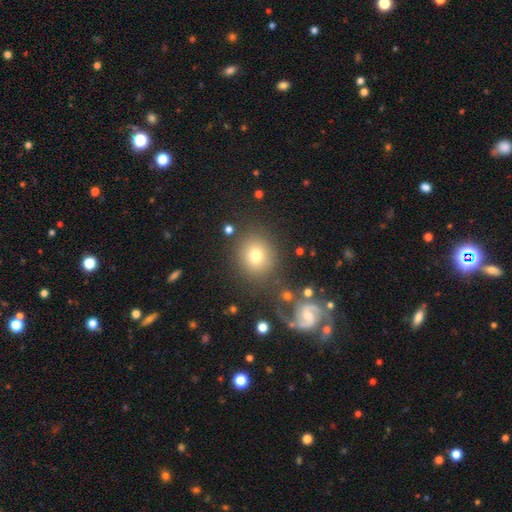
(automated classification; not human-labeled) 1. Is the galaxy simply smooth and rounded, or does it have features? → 71% smooth, 16% featured or disk, 13% star or artifact.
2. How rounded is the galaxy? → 81% round, 18% in between, 1% cigar-shaped.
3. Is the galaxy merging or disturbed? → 80% none, 10% minor disturbance, 6% merger, 5% major disturbance.